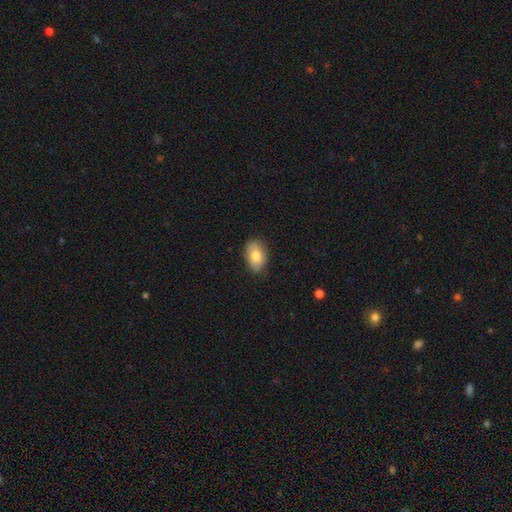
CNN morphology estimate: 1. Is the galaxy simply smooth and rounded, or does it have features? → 80% smooth, 13% featured or disk, 7% star or artifact.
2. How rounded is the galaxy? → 89% in between, 9% round, 1% cigar-shaped.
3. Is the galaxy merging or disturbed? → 78% none, 18% minor disturbance, 3% major disturbance, 1% merger.